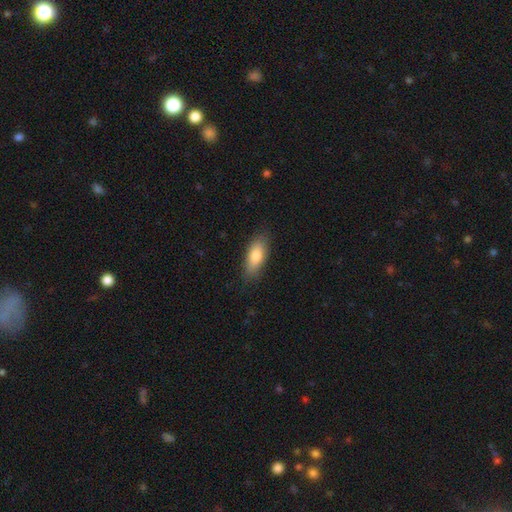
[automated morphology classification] The model was most divided on "how rounded": in between: 74%, cigar-shaped: 23%, round: 3%. More confident: merging — none (82%); smooth or featured — smooth (79%).